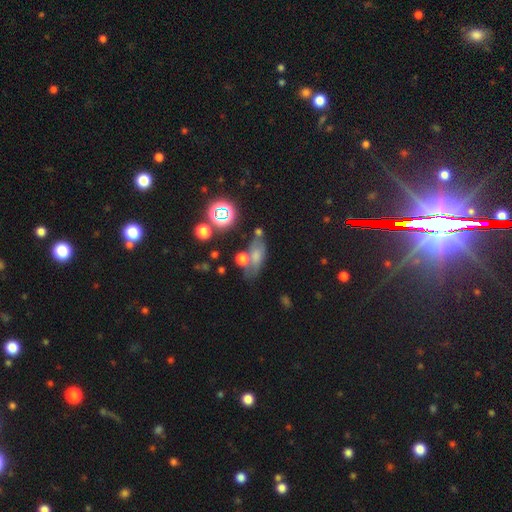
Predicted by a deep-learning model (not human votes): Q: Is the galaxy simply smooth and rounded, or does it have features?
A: smooth — 59%.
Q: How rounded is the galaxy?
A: in between — 72%.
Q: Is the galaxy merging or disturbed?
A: none — 50%.